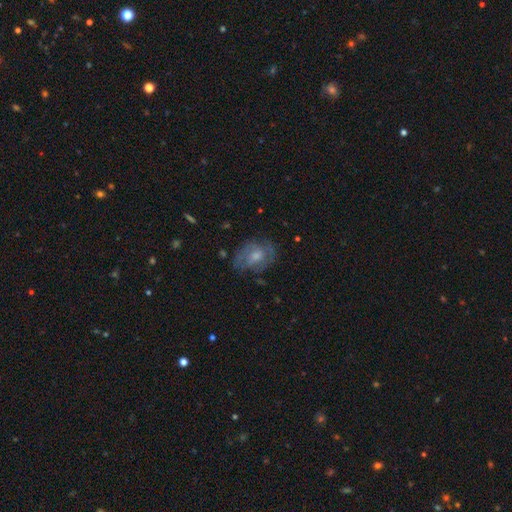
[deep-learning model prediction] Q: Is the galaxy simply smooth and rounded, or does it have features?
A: featured or disk — 57%.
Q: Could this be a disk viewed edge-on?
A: no — 96%.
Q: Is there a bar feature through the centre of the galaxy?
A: no — 62%.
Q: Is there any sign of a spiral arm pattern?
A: yes — 71%.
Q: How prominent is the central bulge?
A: moderate — 55%.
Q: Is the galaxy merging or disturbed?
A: none — 71%.